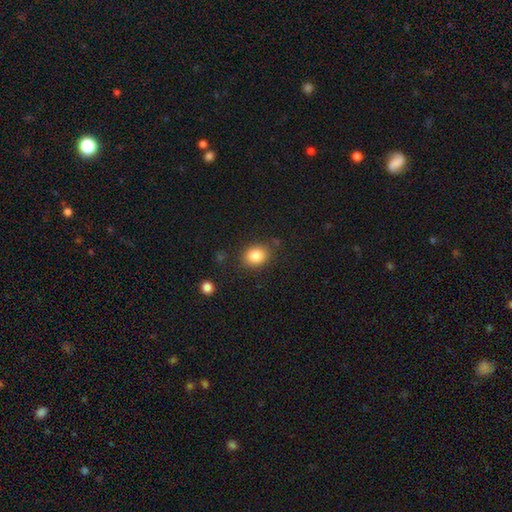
A smooth galaxy with no disk features (82%) that is in between round and cigar-shaped (53%).

Vote fractions:
- Smooth or featured? smooth: 82% / featured or disk: 10% / star or artifact: 8%
- How rounded? in between: 53% / round: 47% / cigar-shaped: 0%
- Merging? none: 83% / minor disturbance: 11% / major disturbance: 3% / merger: 3%